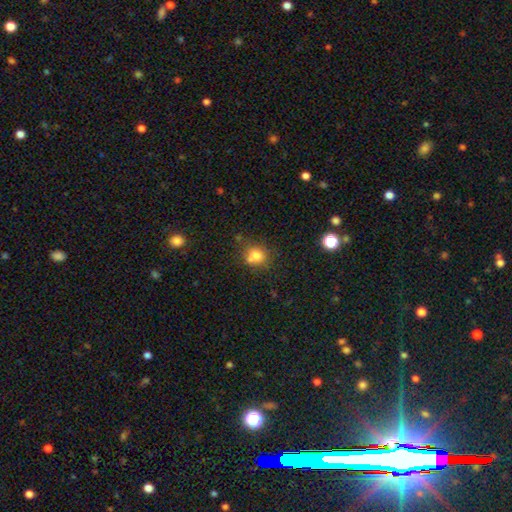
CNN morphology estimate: Q: Smooth or featured?
A: smooth (77%); runner-up: star or artifact (13%)
Q: How rounded?
A: round (72%); runner-up: in between (27%)
Q: Merging?
A: none (58%); runner-up: minor disturbance (18%)